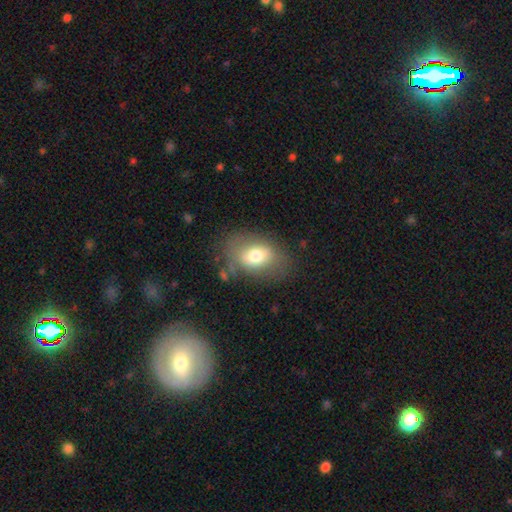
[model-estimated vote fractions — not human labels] Smooth or featured? smooth (67%)
How rounded? in between (78%)
Merging? none (67%)